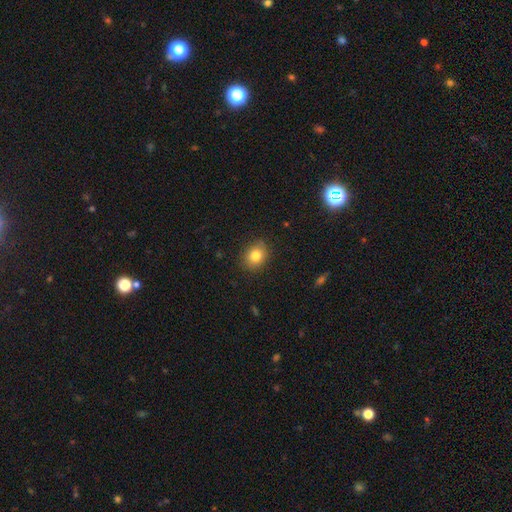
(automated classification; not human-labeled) Smooth or featured: smooth — 81% (star or artifact — 11%)
How rounded: round — 59% (in between — 40%)
Merging: none — 87% (minor disturbance — 10%)